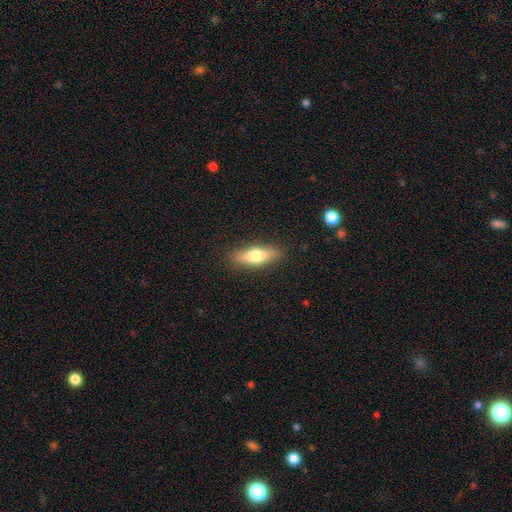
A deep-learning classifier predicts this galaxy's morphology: The model was most divided on "how rounded": in between: 54%, cigar-shaped: 43%, round: 3%. More confident: merging — none (87%); smooth or featured — smooth (68%).